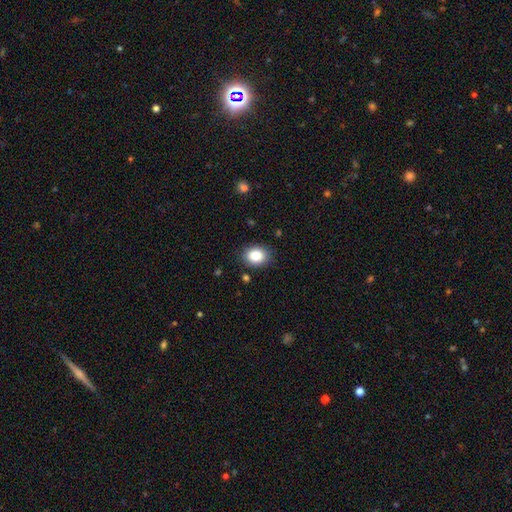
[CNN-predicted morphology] Q: Smooth or featured?
A: smooth (86%); runner-up: star or artifact (9%)
Q: How rounded?
A: in between (57%); runner-up: round (42%)
Q: Merging?
A: none (86%); runner-up: minor disturbance (10%)